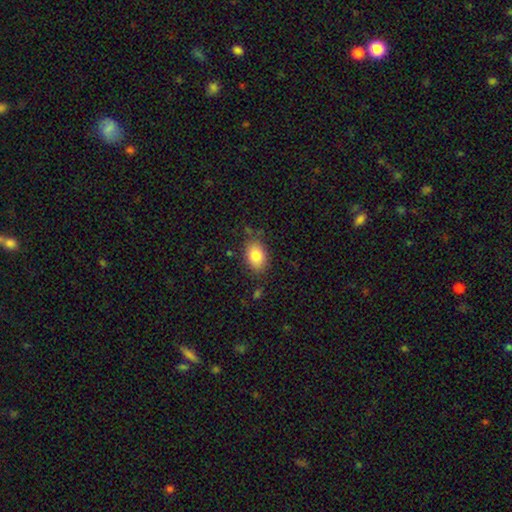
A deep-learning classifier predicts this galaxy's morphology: Q: Smooth or featured?
A: smooth (84%); runner-up: featured or disk (8%)
Q: How rounded?
A: in between (83%); runner-up: round (15%)
Q: Merging?
A: none (79%); runner-up: minor disturbance (15%)